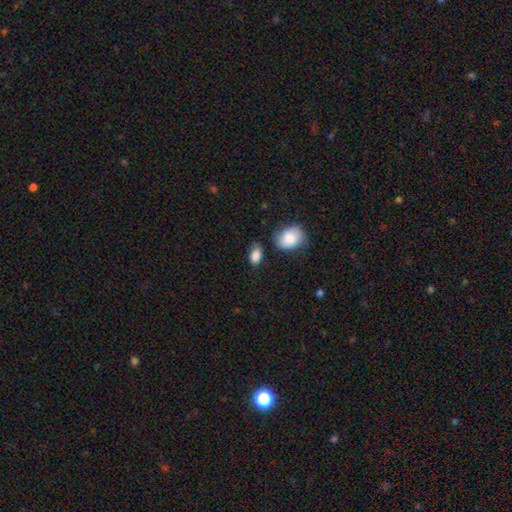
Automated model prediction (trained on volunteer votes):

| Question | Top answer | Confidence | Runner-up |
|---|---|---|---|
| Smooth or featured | smooth | 86% | star or artifact (8%) |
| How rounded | in between | 87% | round (11%) |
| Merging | none | 57% | minor disturbance (28%) |